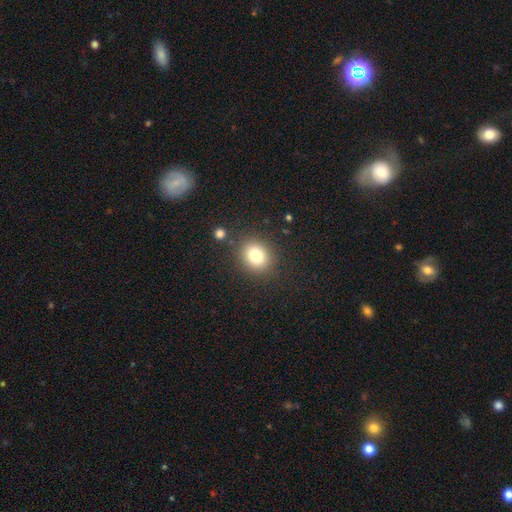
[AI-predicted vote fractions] Smooth or featured? smooth (81%)
How rounded? round (66%)
Merging? none (85%)